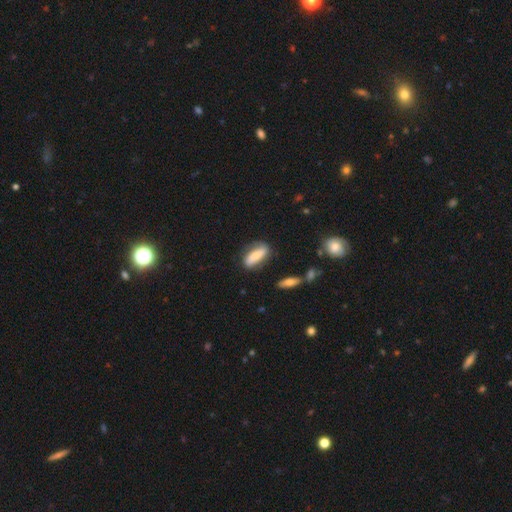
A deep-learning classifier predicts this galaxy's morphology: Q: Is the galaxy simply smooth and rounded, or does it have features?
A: smooth — 64%.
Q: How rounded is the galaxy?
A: in between — 69%.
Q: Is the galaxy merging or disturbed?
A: none — 74%.